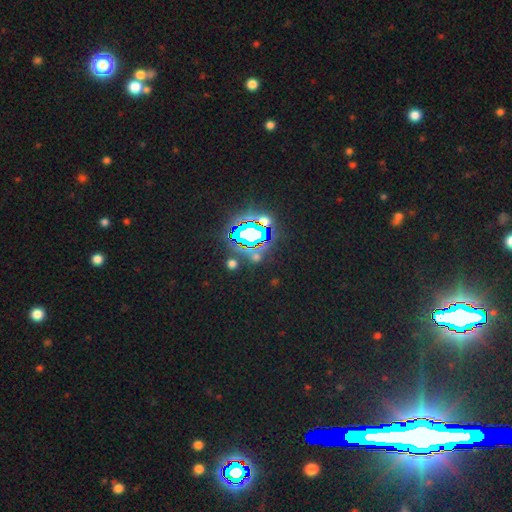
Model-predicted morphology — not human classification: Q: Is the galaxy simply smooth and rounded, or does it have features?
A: star or artifact — 68%.